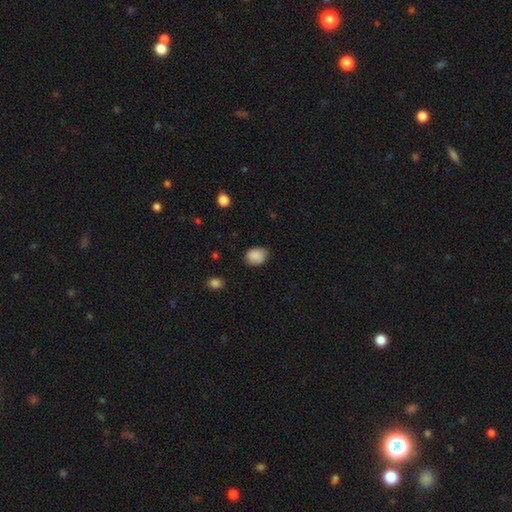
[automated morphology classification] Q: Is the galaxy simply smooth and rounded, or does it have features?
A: smooth — 87%.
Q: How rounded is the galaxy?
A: in between — 59%.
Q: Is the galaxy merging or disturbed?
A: none — 78%.